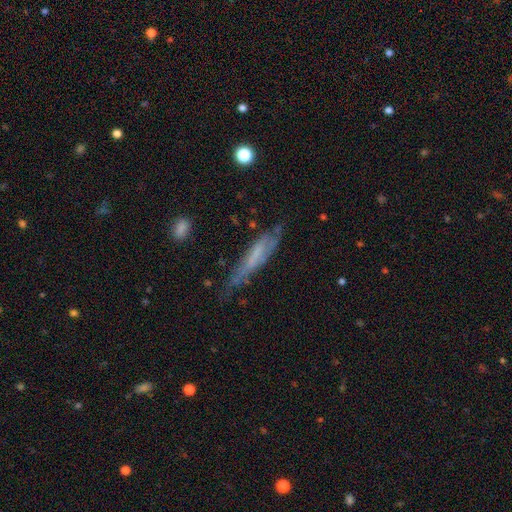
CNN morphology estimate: This appears to be a featured or disk galaxy (54%) viewed edge-on (59%). Merging: none (54%).